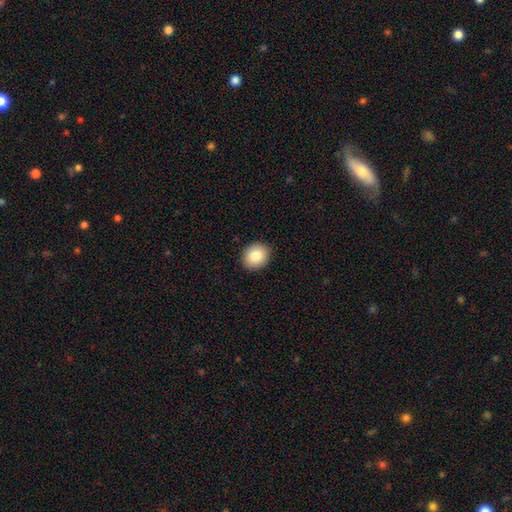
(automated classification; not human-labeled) A smooth galaxy with no disk features (84%) that is round (67%).

Vote fractions:
- Smooth or featured? smooth: 84% / star or artifact: 8% / featured or disk: 7%
- How rounded? round: 67% / in between: 32% / cigar-shaped: 1%
- Merging? none: 90% / minor disturbance: 7% / major disturbance: 2% / merger: 1%